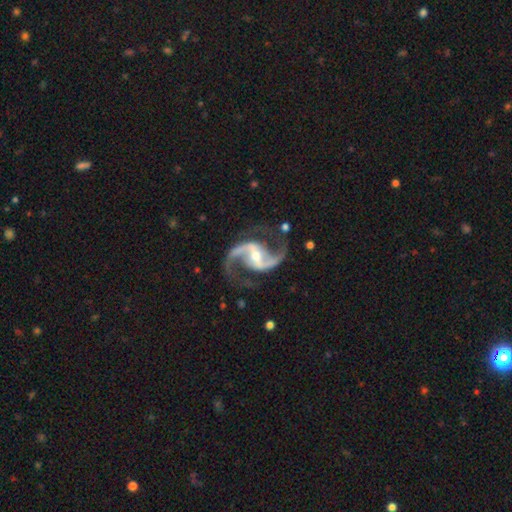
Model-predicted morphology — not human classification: Smooth or featured? Predicted: featured or disk (p=0.94). Edge-on disk? Predicted: no (p=0.98). Bar? Predicted: strong (p=0.47). Spiral arms? Predicted: yes (p=0.98). Spiral winding? Predicted: medium (p=0.52). Spiral arm count? Predicted: 2 (p=0.95). Bulge size? Predicted: moderate (p=0.53). Merging? Predicted: none (p=0.79).